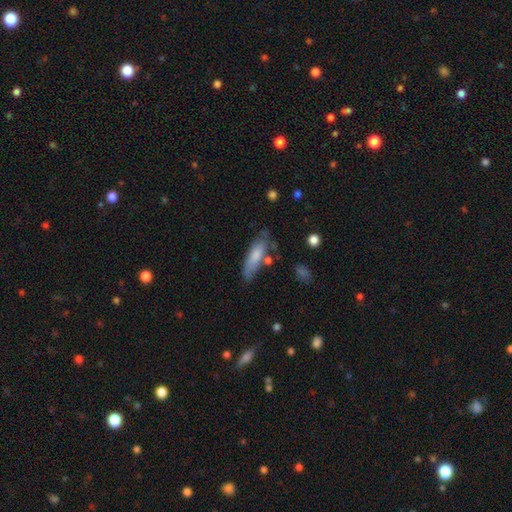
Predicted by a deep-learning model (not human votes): Smooth or featured: smooth — 73% (featured or disk — 20%)
How rounded: cigar-shaped — 52% (in between — 46%)
Merging: none — 56% (minor disturbance — 26%)